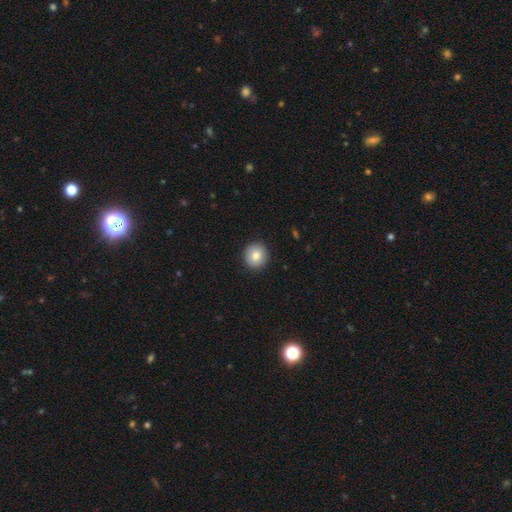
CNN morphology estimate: type=smooth (83%); roundness=round (93%); merging=none (92%).